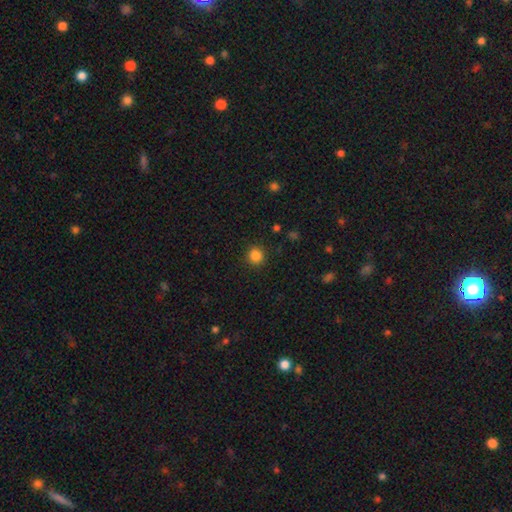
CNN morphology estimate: A smooth galaxy with no disk features (85%) that is round (90%). Merging: none (90%).